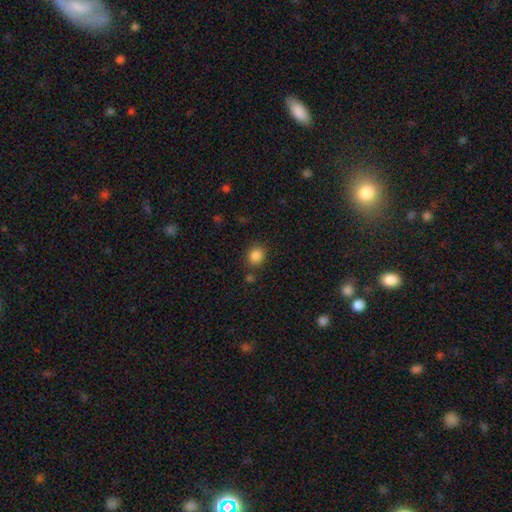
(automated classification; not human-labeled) The model was most divided on "how rounded": round: 74%, in between: 25%, cigar-shaped: 1%. More confident: smooth or featured — smooth (86%); merging — none (81%).